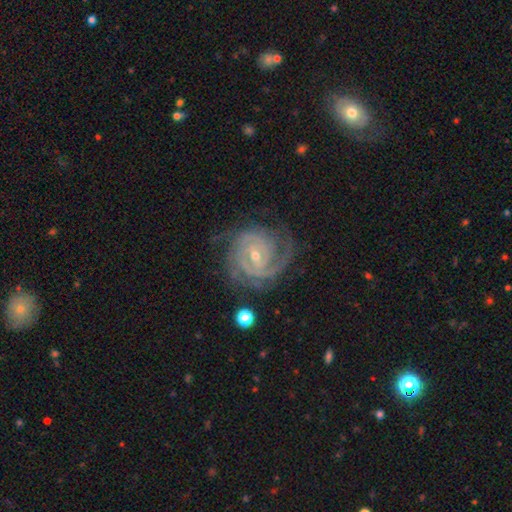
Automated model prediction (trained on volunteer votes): A featured or disk galaxy (91%) with a weak bar (44%), 3 (33%) tight (74%) spiral arms (98%) and a small central bulge (62%).

Vote fractions:
- Smooth or featured? featured or disk: 91% / star or artifact: 5% / smooth: 4%
- Edge-on disk? no: 97% / yes: 3%
- Bar? weak: 44% / no: 36% / strong: 19%
- Spiral arms? yes: 98% / no: 2%
- Spiral winding? tight: 74% / medium: 23% / loose: 3%
- Spiral arm count? 3: 33% / 2: 30% / can't tell: 15% / 4: 12% / more than 4: 6% / 1: 6%
- Bulge size? small: 62% / moderate: 35% / none: 1% / large: 1% / dominant: 1%
- Merging? none: 74% / minor disturbance: 17% / major disturbance: 7% / merger: 2%